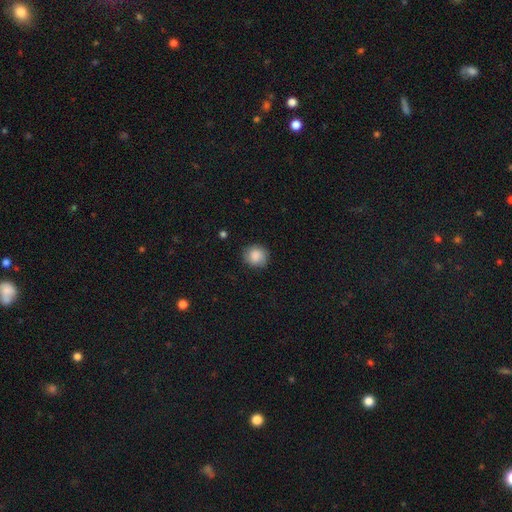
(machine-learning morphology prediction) A smooth galaxy with no disk features (85%) that is round (85%).

Vote fractions:
- Smooth or featured? smooth: 85% / star or artifact: 8% / featured or disk: 7%
- How rounded? round: 85% / in between: 14% / cigar-shaped: 1%
- Merging? none: 82% / minor disturbance: 13% / major disturbance: 3% / merger: 1%